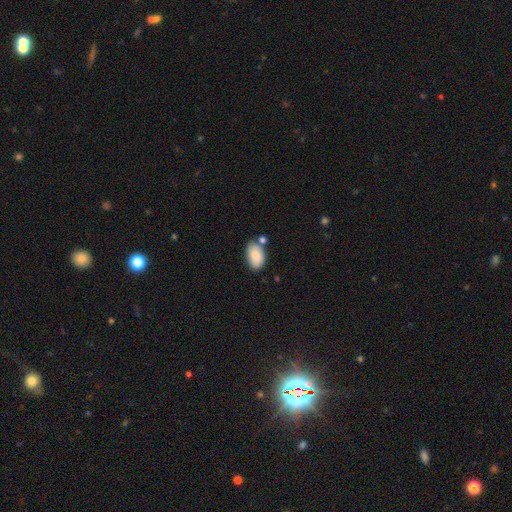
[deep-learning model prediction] smooth-or-featured: smooth: 85% | featured or disk: 8% | star or artifact: 7%
  how-rounded: in between: 92% | round: 6% | cigar-shaped: 1%
  merging: none: 65% | minor disturbance: 18% | merger: 13% | major disturbance: 4%